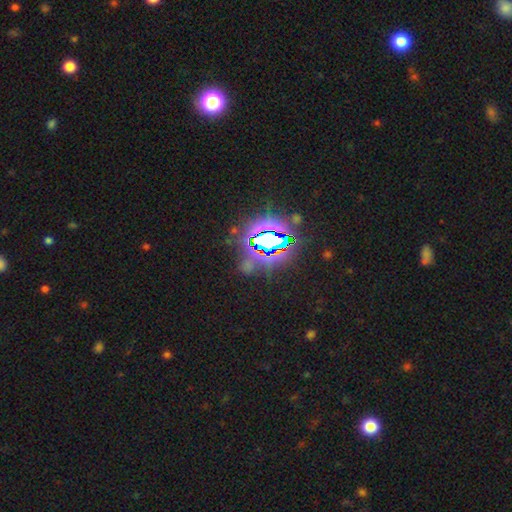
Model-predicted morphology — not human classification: Smooth or featured?
  - star or artifact: 85% *
  - smooth: 8%
  - featured or disk: 7%